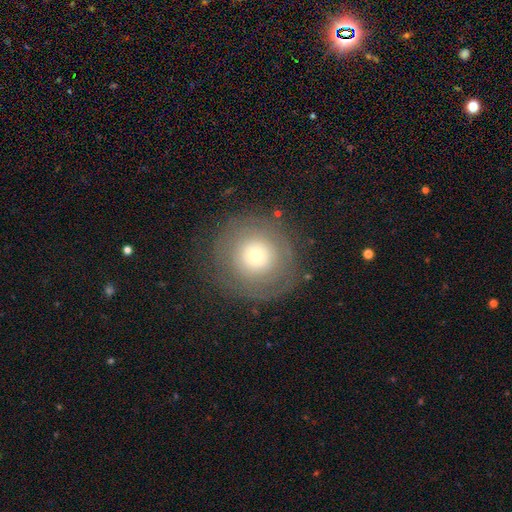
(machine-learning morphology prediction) This is possibly a smooth galaxy (54%). How rounded: clearly round (92%). Merging: likely none (79%).